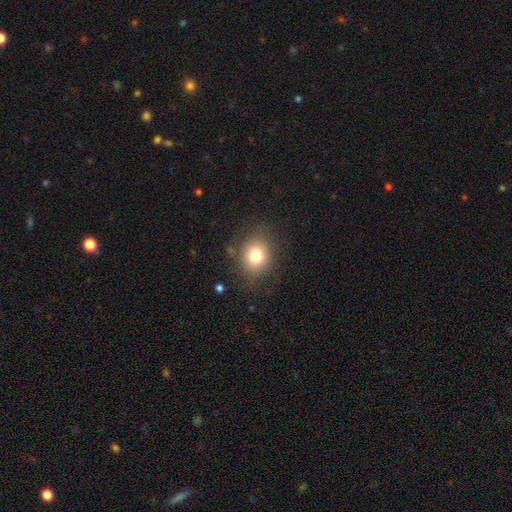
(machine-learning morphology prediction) A smooth galaxy with no disk features (78%) that is round (64%).

Vote fractions:
- Smooth or featured? smooth: 78% / star or artifact: 12% / featured or disk: 10%
- How rounded? round: 64% / in between: 35% / cigar-shaped: 1%
- Merging? none: 82% / minor disturbance: 12% / major disturbance: 5% / merger: 2%